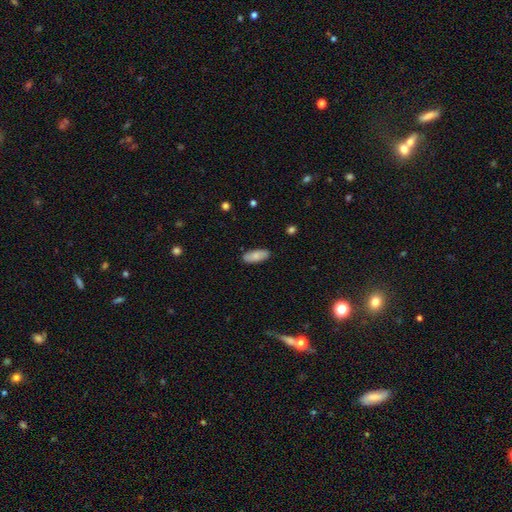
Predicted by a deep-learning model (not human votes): A smooth galaxy with no disk features (79%) that is in between round and cigar-shaped (81%). Merging: none (87%).